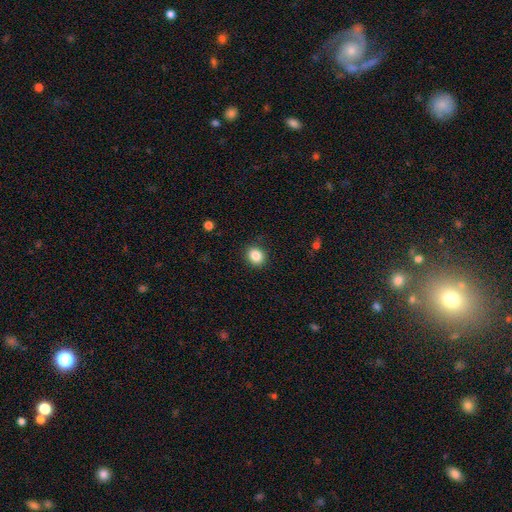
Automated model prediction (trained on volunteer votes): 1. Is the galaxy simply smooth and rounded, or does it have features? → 85% smooth, 10% star or artifact, 5% featured or disk.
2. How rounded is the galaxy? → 63% round, 36% in between, 1% cigar-shaped.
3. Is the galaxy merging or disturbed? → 90% none, 7% minor disturbance, 2% major disturbance, 1% merger.